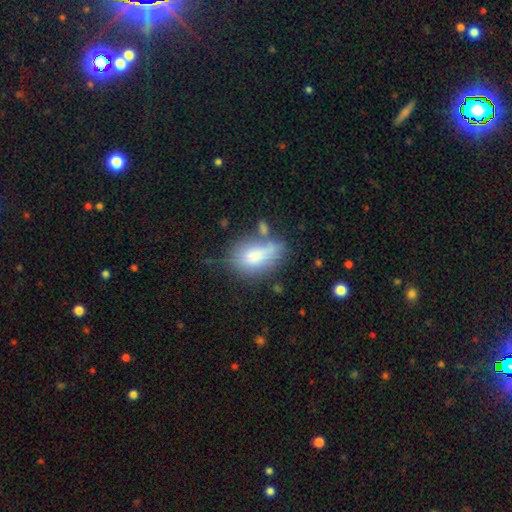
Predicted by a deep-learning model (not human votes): Q: Smooth or featured?
A: smooth (75%); runner-up: featured or disk (16%)
Q: How rounded?
A: in between (82%); runner-up: round (12%)
Q: Merging?
A: none (42%); runner-up: minor disturbance (27%)